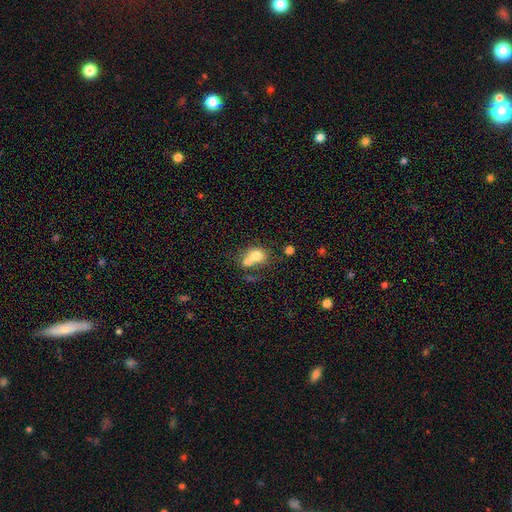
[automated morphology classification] A smooth galaxy with no disk features (72%) that is round (56%). Merging: merger (58%).